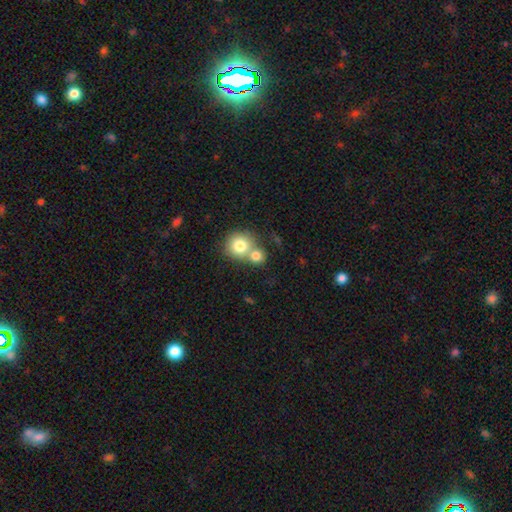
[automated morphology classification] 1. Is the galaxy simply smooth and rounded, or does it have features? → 78% smooth, 12% featured or disk, 9% star or artifact.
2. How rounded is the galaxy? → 84% round, 15% in between, 1% cigar-shaped.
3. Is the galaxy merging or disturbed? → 54% merger, 36% none, 6% minor disturbance, 3% major disturbance.